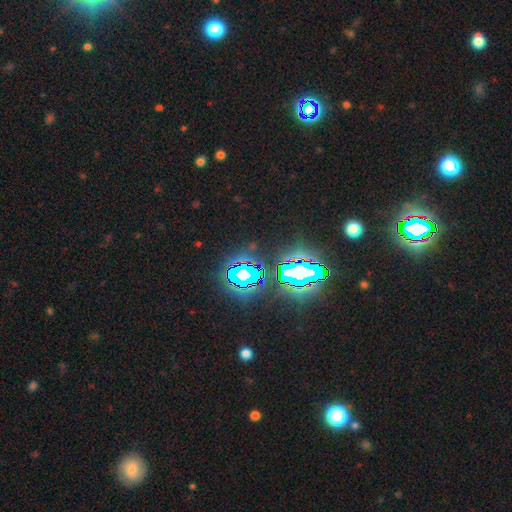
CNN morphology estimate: Overall: star or artifact (84%).